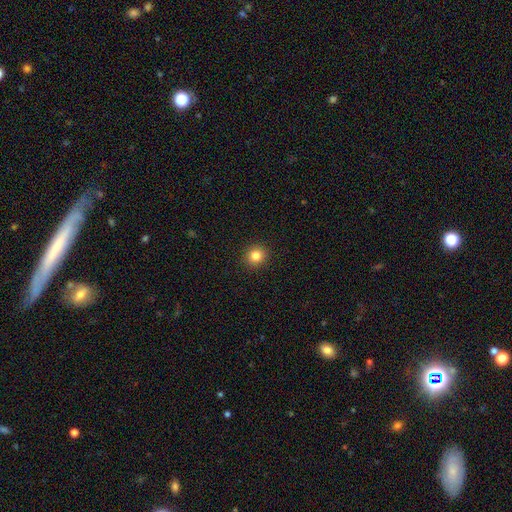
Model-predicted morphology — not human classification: Overall: smooth (84%). How rounded: round (89%). Merging: none (92%).